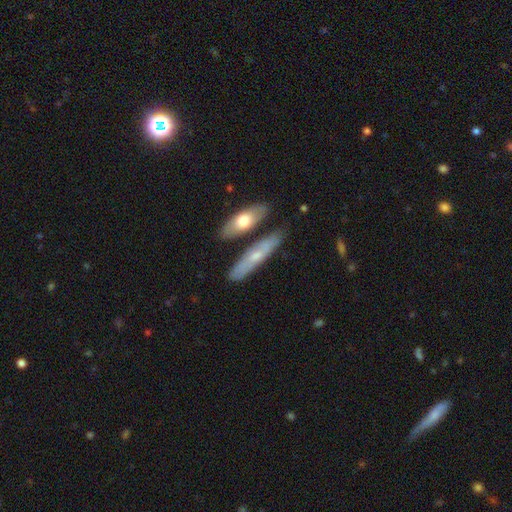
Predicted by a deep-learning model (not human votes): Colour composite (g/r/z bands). It shows a featured or disk galaxy (49%). Merging: none (73%).